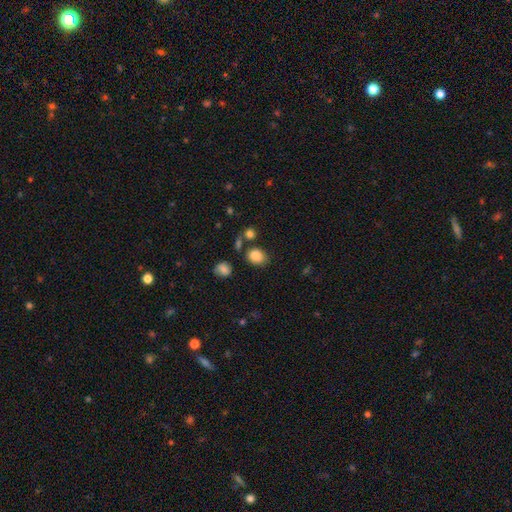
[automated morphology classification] Smooth or featured? Predicted: smooth (p=0.85). How rounded? Predicted: round (p=0.53). Merging? Predicted: none (p=0.72).